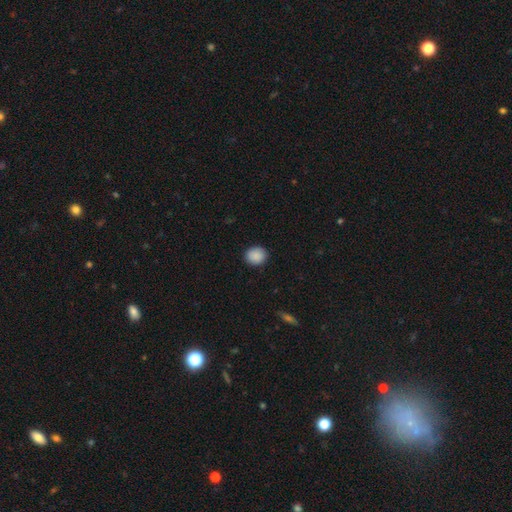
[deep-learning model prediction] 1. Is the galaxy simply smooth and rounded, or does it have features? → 89% smooth, 8% star or artifact, 3% featured or disk.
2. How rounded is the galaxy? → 77% round, 22% in between, 1% cigar-shaped.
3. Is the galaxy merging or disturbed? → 89% none, 8% minor disturbance, 2% major disturbance, 1% merger.